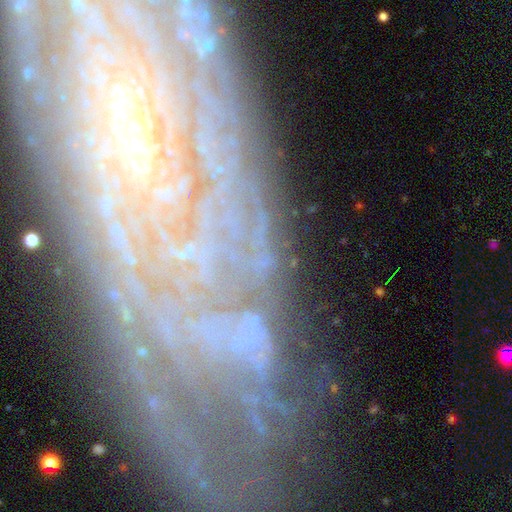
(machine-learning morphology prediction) Q: Smooth or featured?
A: featured or disk (60%); runner-up: star or artifact (27%)
Q: Edge-on disk?
A: no (87%); runner-up: yes (13%)
Q: Bar?
A: no (57%); runner-up: weak (24%)
Q: Spiral arms?
A: yes (82%); runner-up: no (18%)
Q: Bulge size?
A: small (56%); runner-up: moderate (25%)
Q: Merging?
A: none (71%); runner-up: minor disturbance (15%)